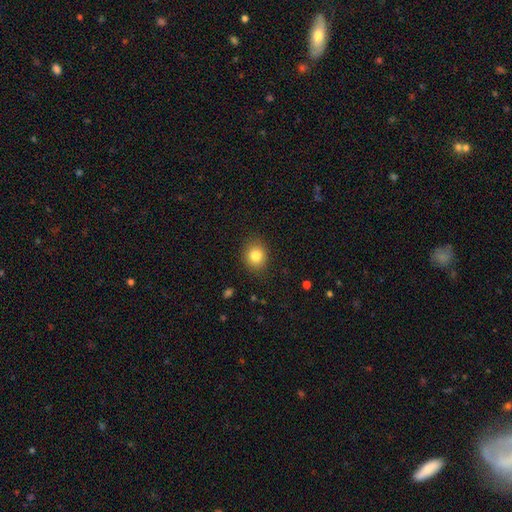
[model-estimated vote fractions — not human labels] Smooth or featured? Predicted: smooth (p=0.83). How rounded? Predicted: round (p=0.71). Merging? Predicted: none (p=0.87).